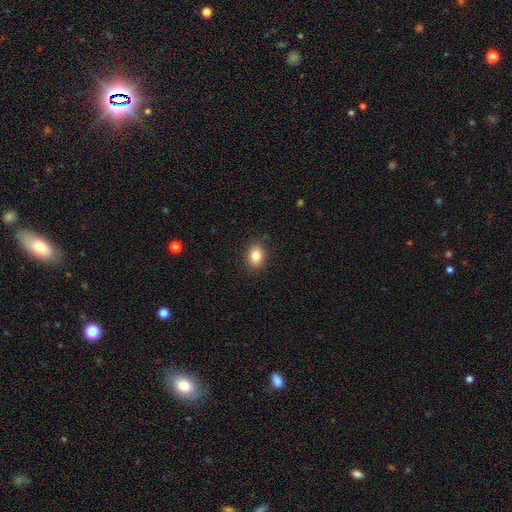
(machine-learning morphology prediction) This appears to be a smooth galaxy with no disk features (85%) that is in between round and cigar-shaped (67%). Merging: none (87%).